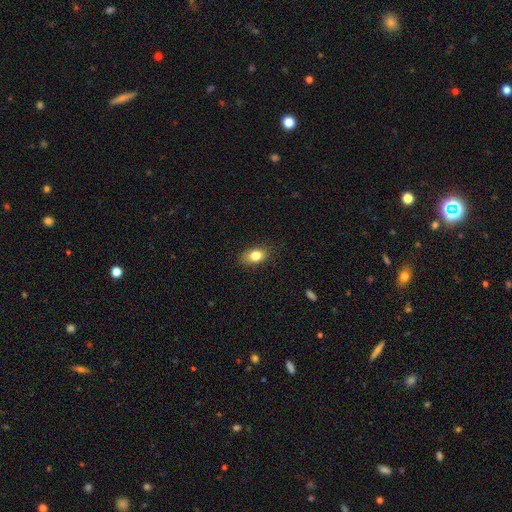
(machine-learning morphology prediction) A smooth galaxy with no disk features (80%) that is in between round and cigar-shaped (83%). Merging: none (84%).